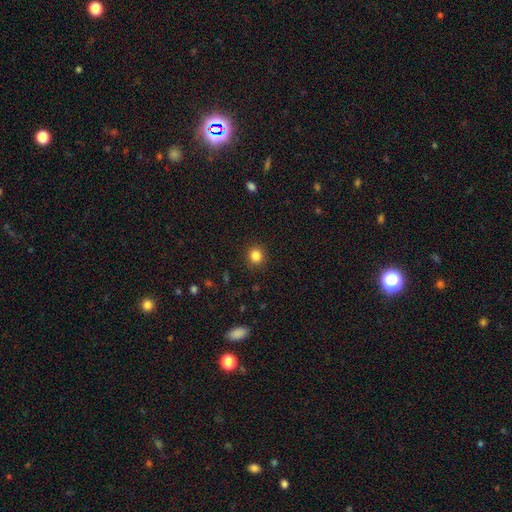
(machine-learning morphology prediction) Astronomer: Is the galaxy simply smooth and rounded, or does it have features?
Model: smooth — 85%.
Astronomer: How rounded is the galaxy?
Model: round — 84%.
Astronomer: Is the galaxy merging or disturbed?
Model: none — 90%.